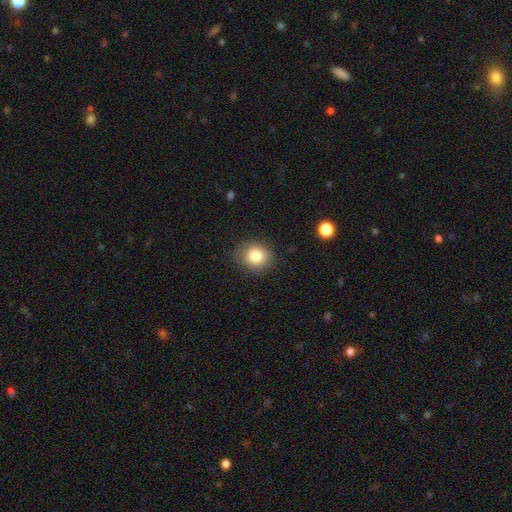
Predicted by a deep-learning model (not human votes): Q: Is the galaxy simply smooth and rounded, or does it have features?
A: smooth — 83%.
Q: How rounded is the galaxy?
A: round — 72%.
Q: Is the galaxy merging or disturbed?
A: none — 84%.